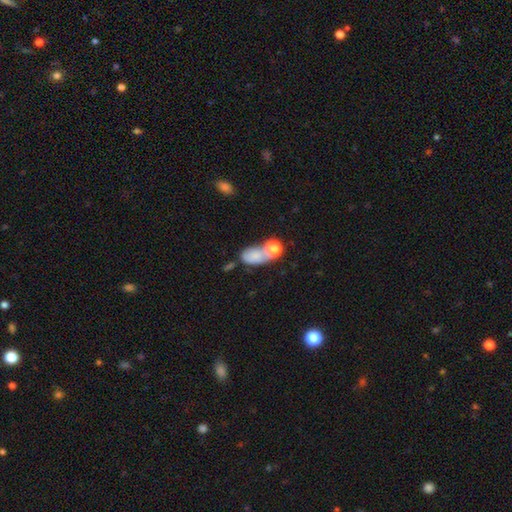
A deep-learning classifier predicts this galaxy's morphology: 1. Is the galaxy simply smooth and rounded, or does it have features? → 73% smooth, 16% featured or disk, 11% star or artifact.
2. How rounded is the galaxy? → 79% in between, 17% round, 4% cigar-shaped.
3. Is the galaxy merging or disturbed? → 43% merger, 28% none, 16% minor disturbance, 13% major disturbance.